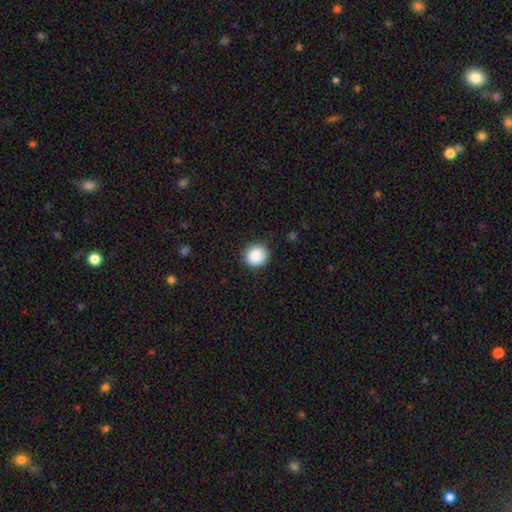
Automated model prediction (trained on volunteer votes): The model was most divided on "how rounded": round: 88%, in between: 11%, cigar-shaped: 1%. More confident: merging — none (89%); smooth or featured — smooth (88%).